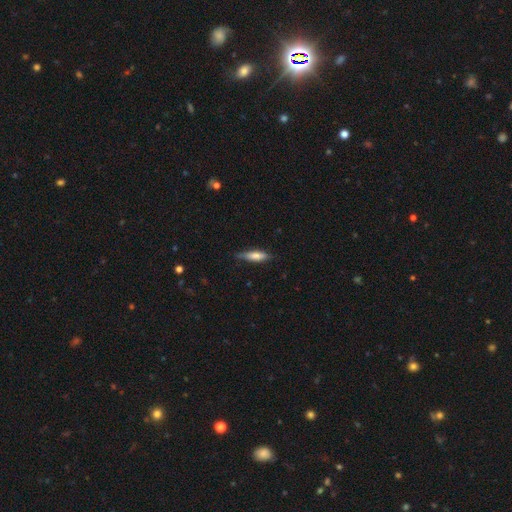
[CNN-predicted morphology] Smooth or featured? Predicted: smooth (p=0.69). How rounded? Predicted: cigar-shaped (p=0.64). Merging? Predicted: none (p=0.76).